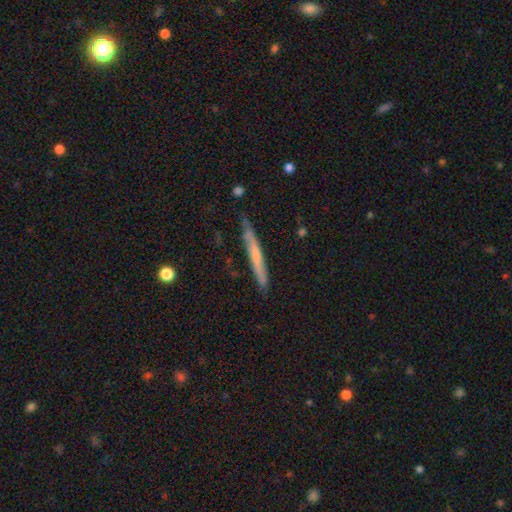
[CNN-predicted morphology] Smooth or featured? Predicted: smooth (p=0.48). Merging? Predicted: none (p=0.81).